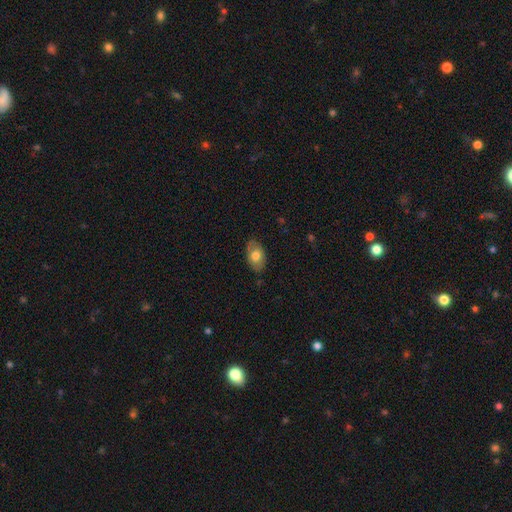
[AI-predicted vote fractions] Q: Smooth or featured?
A: smooth (69%); runner-up: featured or disk (24%)
Q: How rounded?
A: in between (89%); runner-up: round (9%)
Q: Merging?
A: none (79%); runner-up: minor disturbance (17%)